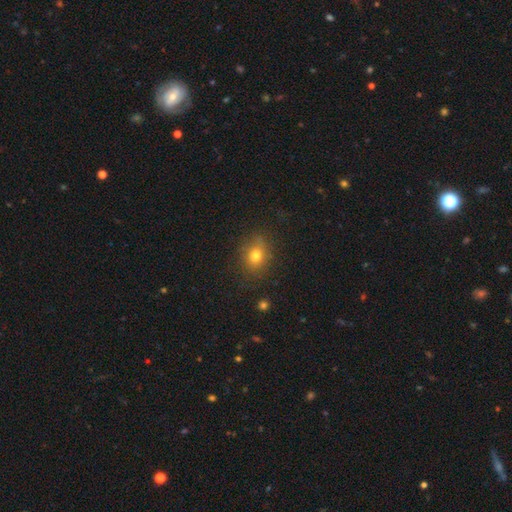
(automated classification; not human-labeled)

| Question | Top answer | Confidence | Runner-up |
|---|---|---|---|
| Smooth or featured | smooth | 76% | star or artifact (14%) |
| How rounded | round | 57% | in between (42%) |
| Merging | none | 79% | minor disturbance (14%) |